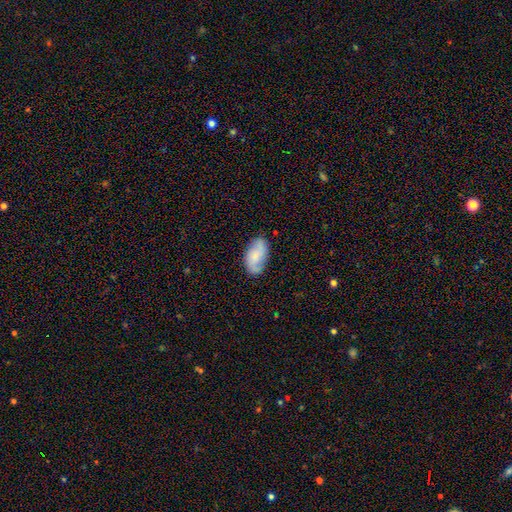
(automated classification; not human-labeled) This appears to be a smooth galaxy with no disk features (53%) that is in between round and cigar-shaped (93%). Merging: none (75%).